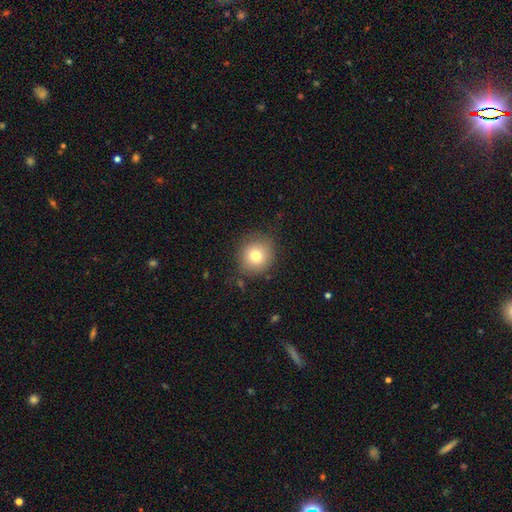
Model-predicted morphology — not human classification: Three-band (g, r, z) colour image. It shows a smooth galaxy with no disk features (77%) that is round (89%). Merging: none (82%).